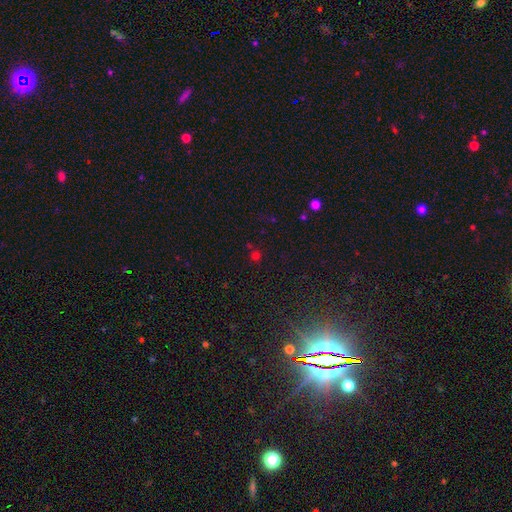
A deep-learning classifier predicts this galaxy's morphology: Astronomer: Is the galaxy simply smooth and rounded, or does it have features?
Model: smooth — 54% (runner-up: star or artifact, 39%).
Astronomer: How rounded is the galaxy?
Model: round — 90%.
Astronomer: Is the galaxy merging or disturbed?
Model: none — 77%.